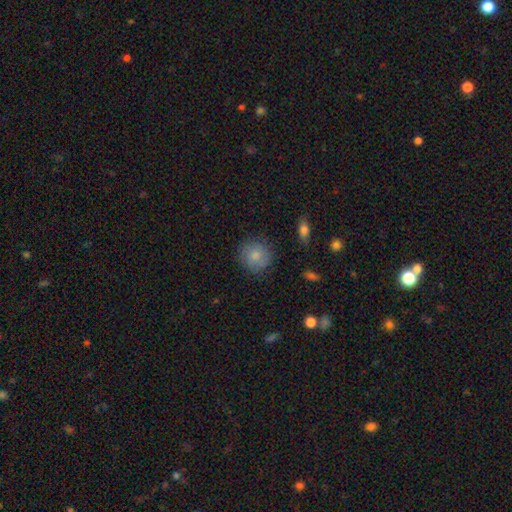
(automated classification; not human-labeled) Smooth or featured?
  - smooth: 80% *
  - featured or disk: 12%
  - star or artifact: 8%
How rounded?
  - round: 91% *
  - in between: 8%
  - cigar-shaped: 1%
Merging?
  - none: 83% *
  - minor disturbance: 13%
  - major disturbance: 3%
  - merger: 1%